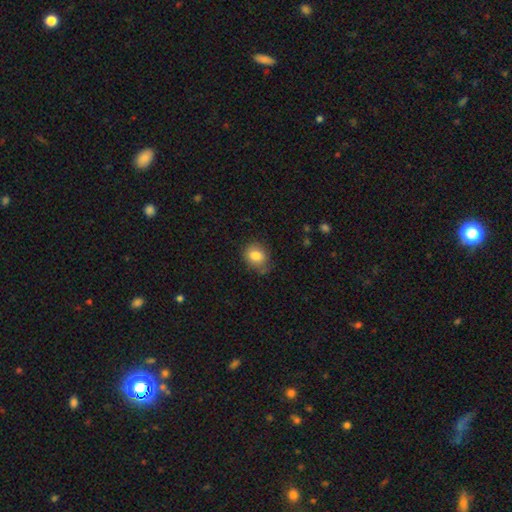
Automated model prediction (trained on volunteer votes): smooth-or-featured: smooth: 82% | featured or disk: 10% | star or artifact: 9%
  how-rounded: round: 59% | in between: 40% | cigar-shaped: 1%
  merging: none: 69% | minor disturbance: 24% | major disturbance: 5% | merger: 2%